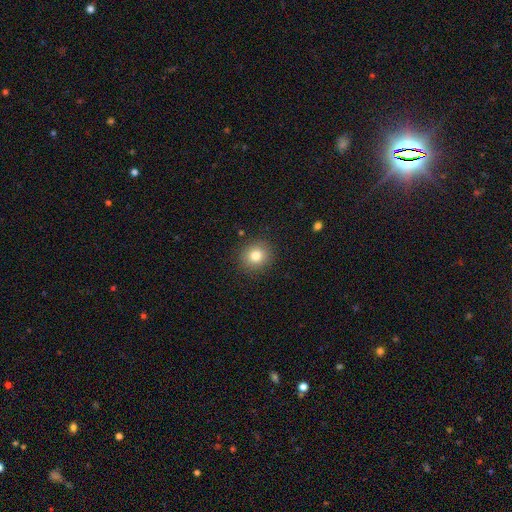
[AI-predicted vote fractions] The model was most divided on "smooth or featured": smooth: 81%, star or artifact: 11%, featured or disk: 8%. More confident: merging — none (89%); how rounded — round (86%).